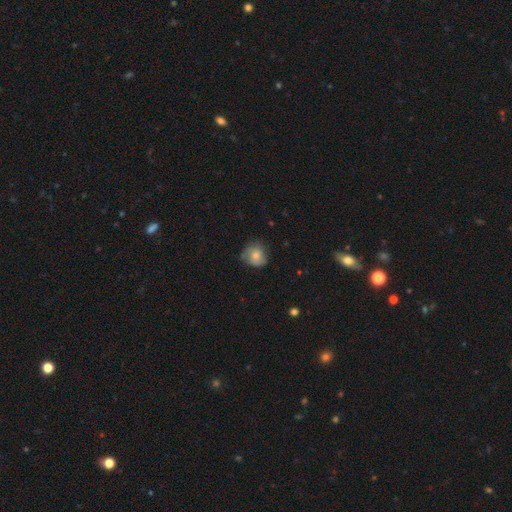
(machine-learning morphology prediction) The model was most divided on "merging": none: 64%, minor disturbance: 28%, major disturbance: 7%, merger: 2%. More confident: how rounded — round (80%); smooth or featured — smooth (74%).